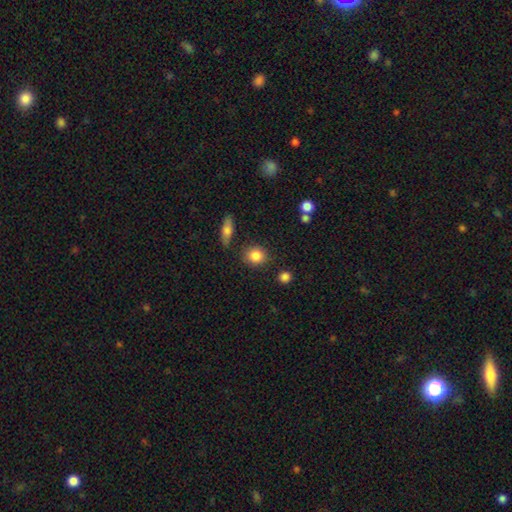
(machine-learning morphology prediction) Q: Smooth or featured?
A: smooth (85%); runner-up: star or artifact (9%)
Q: How rounded?
A: round (79%); runner-up: in between (20%)
Q: Merging?
A: none (83%); runner-up: minor disturbance (10%)